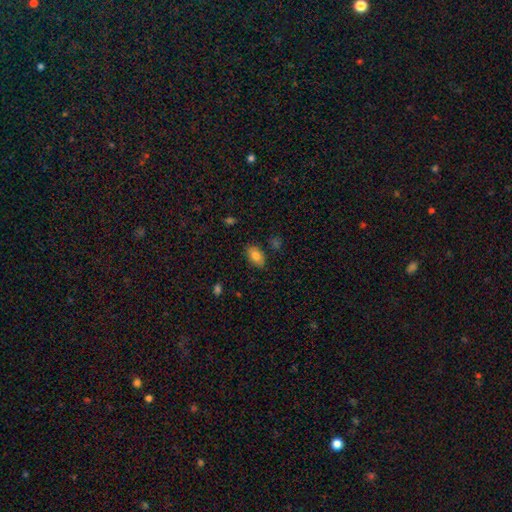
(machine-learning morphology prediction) A smooth galaxy with no disk features (80%) that is in between round and cigar-shaped (90%). Merging: none (83%).